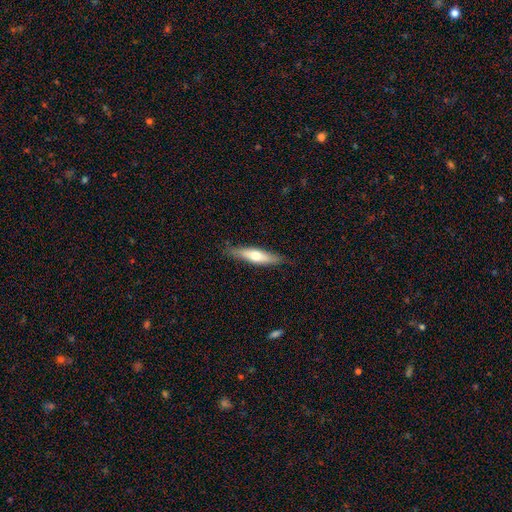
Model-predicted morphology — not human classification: A smooth galaxy with no disk features (52%) that is cigar-shaped (74%). Merging: none (84%).